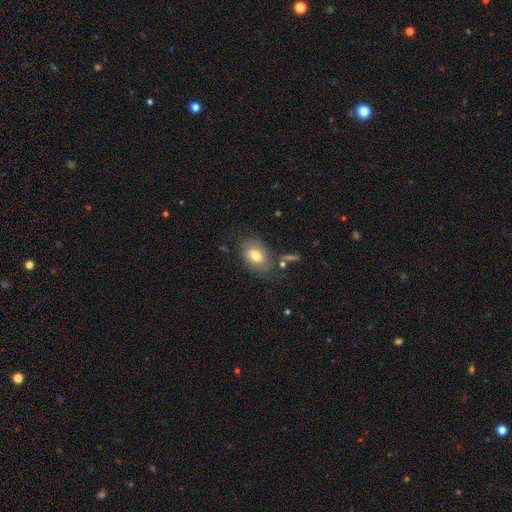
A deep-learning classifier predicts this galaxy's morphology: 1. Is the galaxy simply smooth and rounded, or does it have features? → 54% smooth, 37% featured or disk, 9% star or artifact.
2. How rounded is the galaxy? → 81% in between, 18% round, 1% cigar-shaped.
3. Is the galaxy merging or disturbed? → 62% none, 21% minor disturbance, 11% major disturbance, 6% merger.